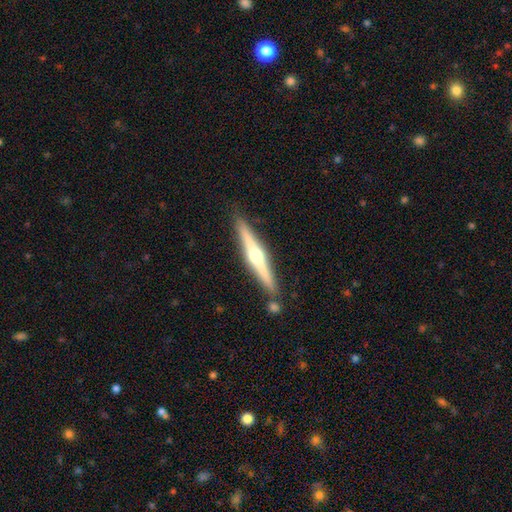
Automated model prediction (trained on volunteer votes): Q: Smooth or featured?
A: featured or disk (71%); runner-up: smooth (23%)
Q: Edge-on disk?
A: yes (97%); runner-up: no (3%)
Q: Edge-on bulge?
A: rounded (93%); runner-up: none (4%)
Q: Merging?
A: none (85%); runner-up: minor disturbance (9%)